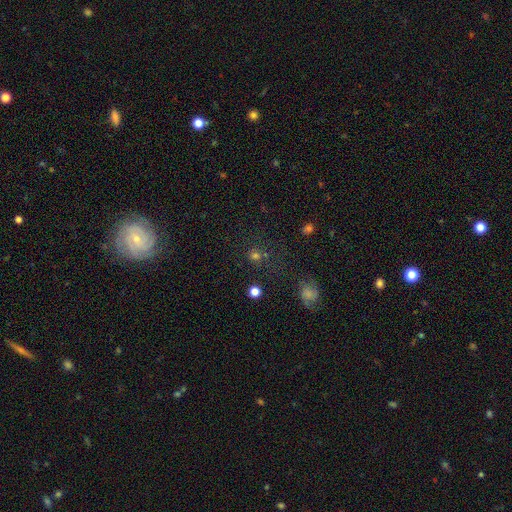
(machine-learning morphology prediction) smooth 52%, star or artifact 37%, featured or disk 11%. Down the decision tree: how rounded — round (87%); merging — none (67%).